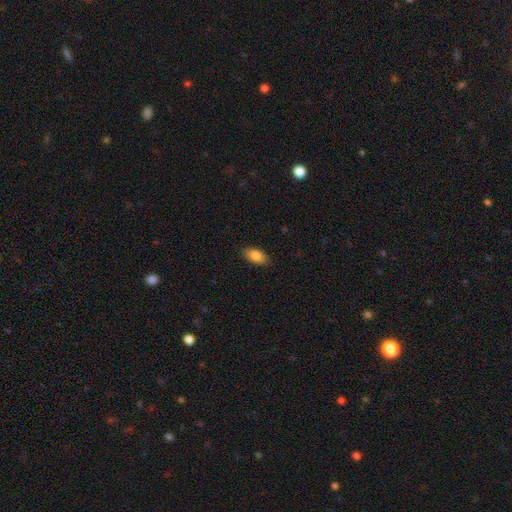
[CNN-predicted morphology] A smooth galaxy with no disk features (84%) that is in between round and cigar-shaped (92%). Merging: none (88%).